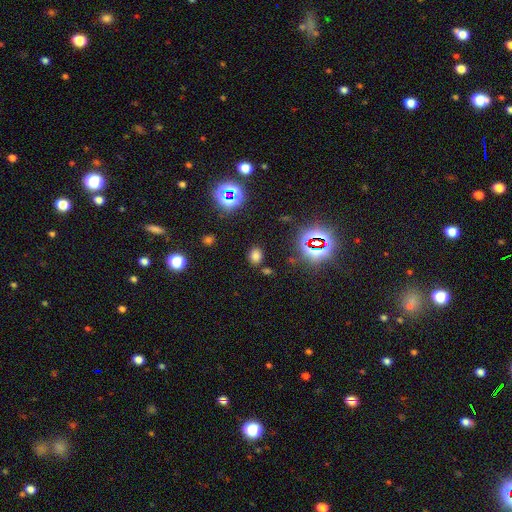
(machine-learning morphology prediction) Smooth or featured? Predicted: smooth (p=0.66). How rounded? Predicted: round (p=0.50). Merging? Predicted: none (p=0.83).